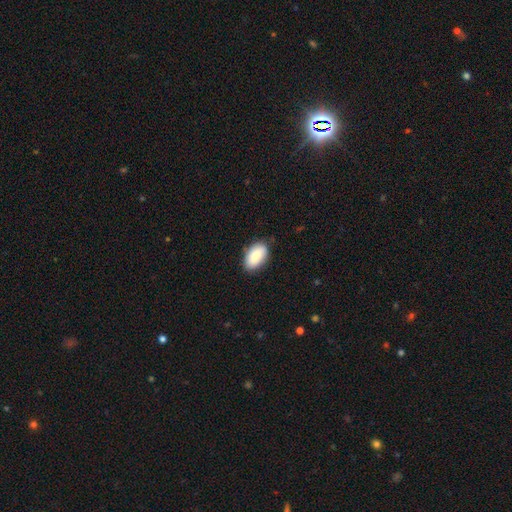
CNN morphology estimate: Smooth or featured?
  - smooth: 89% *
  - star or artifact: 6%
  - featured or disk: 5%
How rounded?
  - in between: 95% *
  - round: 4%
  - cigar-shaped: 2%
Merging?
  - none: 81% *
  - minor disturbance: 15%
  - major disturbance: 3%
  - merger: 1%